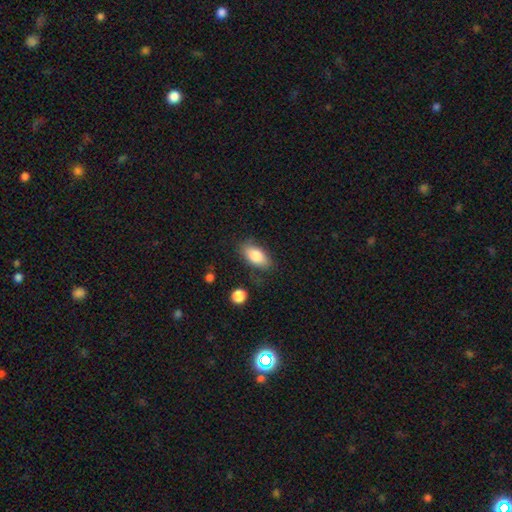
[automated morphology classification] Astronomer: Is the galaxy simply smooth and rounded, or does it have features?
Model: smooth — 82%.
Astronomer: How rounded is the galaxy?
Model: in between — 90%.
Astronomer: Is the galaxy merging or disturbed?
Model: none — 75%.